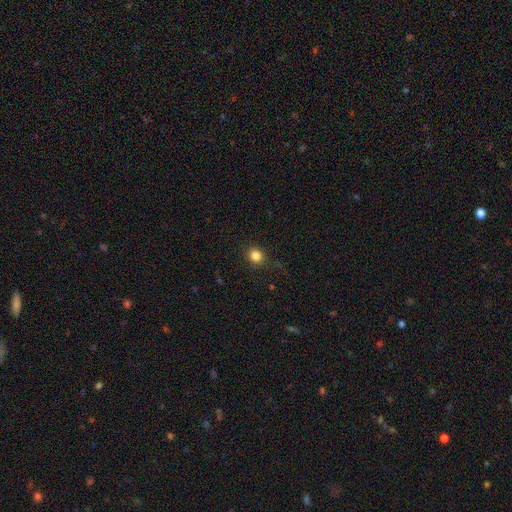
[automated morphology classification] Smooth or featured? smooth (84%)
How rounded? round (79%)
Merging? none (86%)